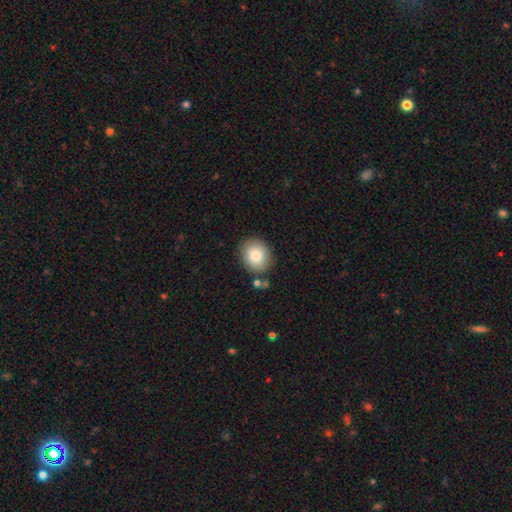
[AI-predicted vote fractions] smooth-or-featured: smooth: 81% | featured or disk: 11% | star or artifact: 8%
  how-rounded: round: 68% | in between: 31% | cigar-shaped: 1%
  merging: none: 80% | minor disturbance: 12% | merger: 5% | major disturbance: 3%